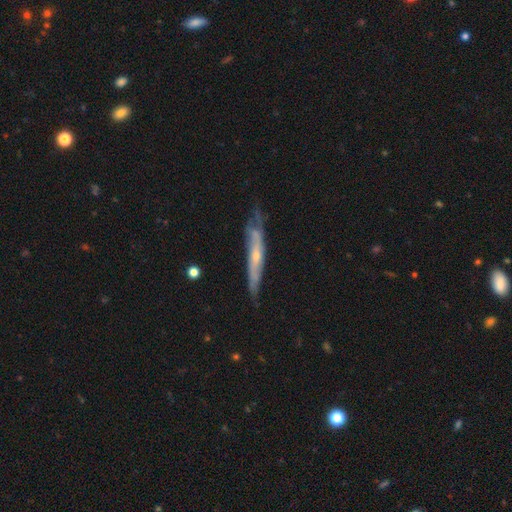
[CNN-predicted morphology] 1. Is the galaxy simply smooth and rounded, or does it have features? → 68% featured or disk, 26% smooth, 6% star or artifact.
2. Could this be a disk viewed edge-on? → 66% yes, 34% no.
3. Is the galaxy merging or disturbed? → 61% none, 28% minor disturbance, 8% major disturbance, 3% merger.